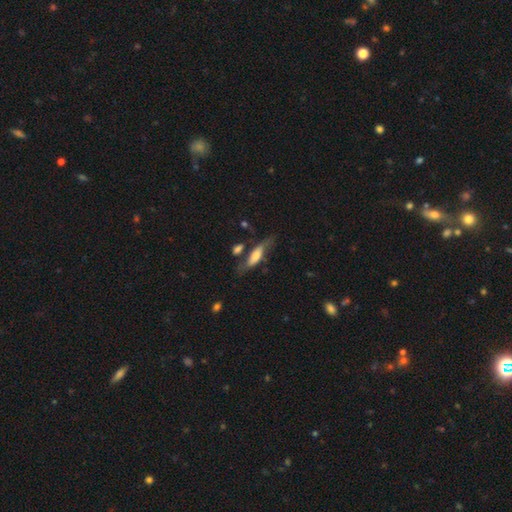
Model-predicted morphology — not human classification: smooth 53%, featured or disk 40%, star or artifact 7%. Down the decision tree: how rounded — in between (49%); merging — none (52%).